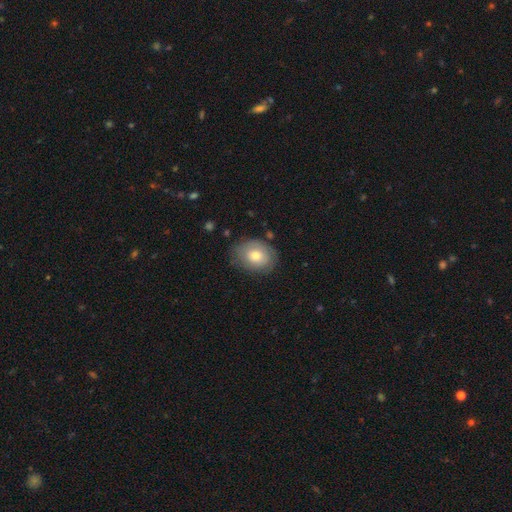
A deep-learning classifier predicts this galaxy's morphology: Smooth or featured: smooth — 70% (featured or disk — 23%)
How rounded: in between — 63% (round — 36%)
Merging: none — 76% (minor disturbance — 18%)